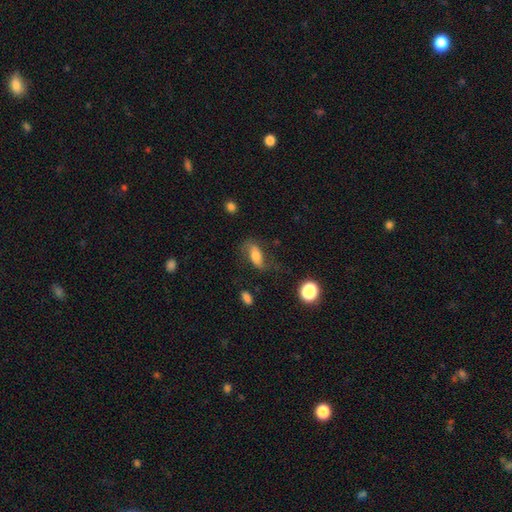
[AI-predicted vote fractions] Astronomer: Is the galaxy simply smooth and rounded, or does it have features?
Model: smooth — 53% (runner-up: featured or disk, 38%).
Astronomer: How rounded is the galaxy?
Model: in between — 78%.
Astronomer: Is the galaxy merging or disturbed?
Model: none — 62%.